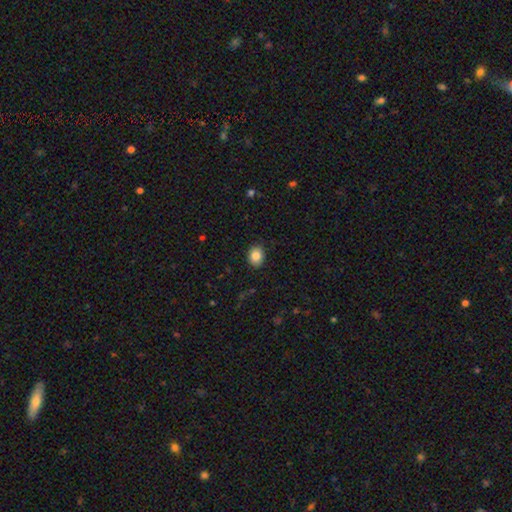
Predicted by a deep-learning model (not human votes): smooth-or-featured: smooth: 85% | star or artifact: 9% | featured or disk: 6%
  how-rounded: in between: 52% | round: 47% | cigar-shaped: 1%
  merging: none: 85% | minor disturbance: 12% | major disturbance: 2% | merger: 1%